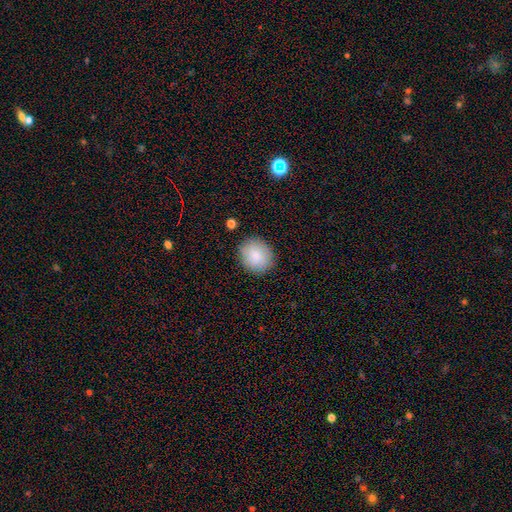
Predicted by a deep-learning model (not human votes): Smooth or featured? Predicted: smooth (p=0.85). How rounded? Predicted: round (p=0.73). Merging? Predicted: none (p=0.87).